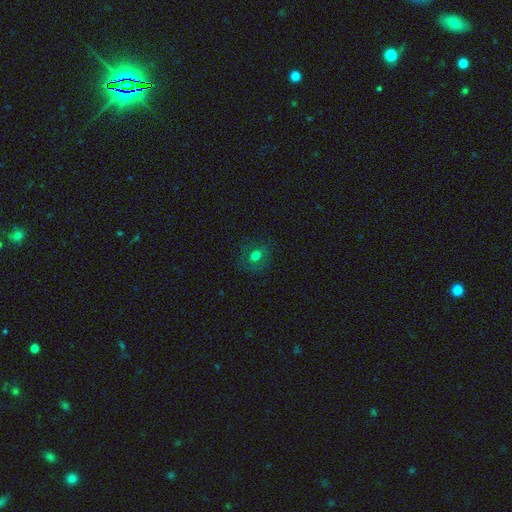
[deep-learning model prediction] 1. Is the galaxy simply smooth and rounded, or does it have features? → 65% smooth, 19% featured or disk, 16% star or artifact.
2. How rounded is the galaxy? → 63% round, 35% in between, 1% cigar-shaped.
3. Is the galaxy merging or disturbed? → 80% none, 13% minor disturbance, 6% major disturbance, 1% merger.